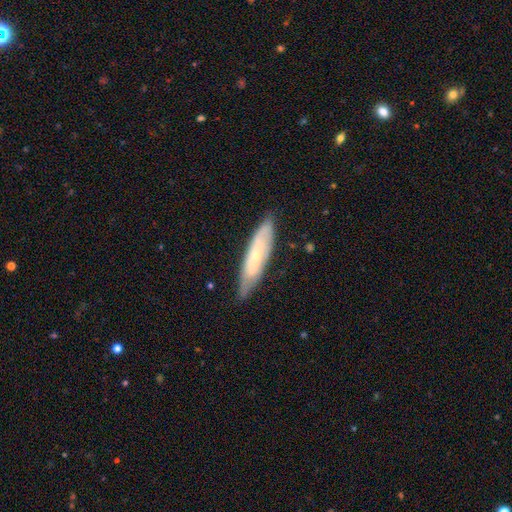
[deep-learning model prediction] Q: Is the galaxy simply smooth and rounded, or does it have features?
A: featured or disk — 52%.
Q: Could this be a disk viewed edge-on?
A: no — 58%.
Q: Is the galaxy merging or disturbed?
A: none — 77%.